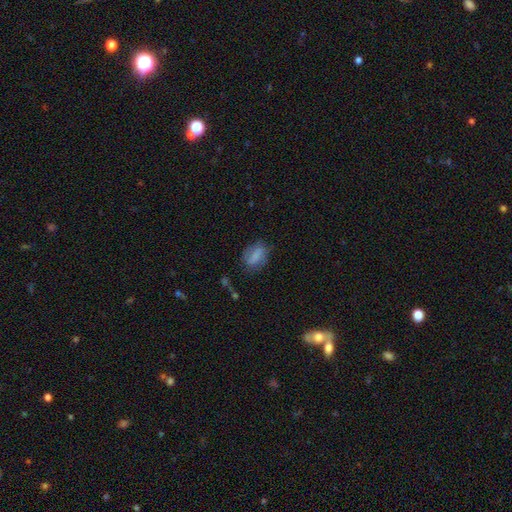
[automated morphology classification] Smooth or featured? Predicted: smooth (p=0.67). How rounded? Predicted: in between (p=0.74). Merging? Predicted: none (p=0.65).